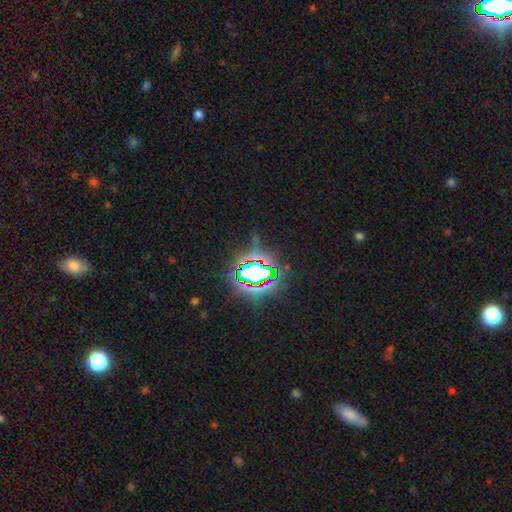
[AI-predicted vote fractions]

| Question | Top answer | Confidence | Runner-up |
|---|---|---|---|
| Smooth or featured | star or artifact | 81% | smooth (11%) |